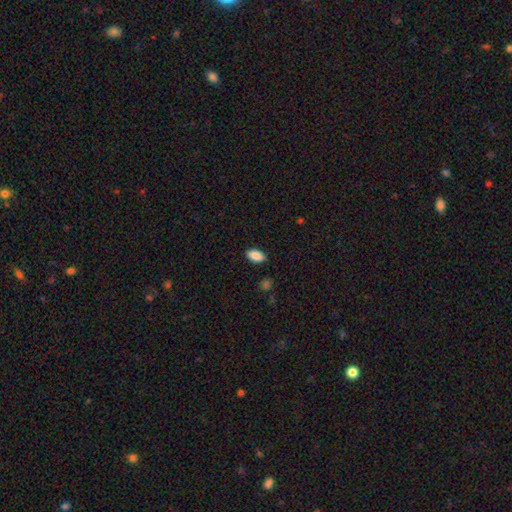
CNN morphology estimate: Q: Smooth or featured?
A: smooth (89%); runner-up: star or artifact (7%)
Q: How rounded?
A: in between (92%); runner-up: cigar-shaped (4%)
Q: Merging?
A: none (88%); runner-up: minor disturbance (9%)